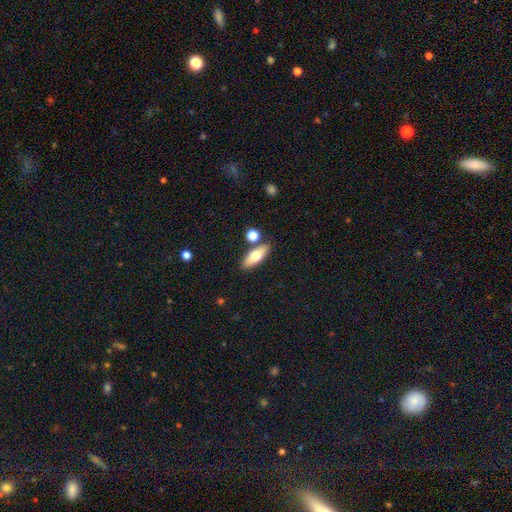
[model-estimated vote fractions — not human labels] Smooth or featured?
  - smooth: 68% *
  - featured or disk: 26%
  - star or artifact: 7%
How rounded?
  - in between: 64% *
  - cigar-shaped: 31%
  - round: 4%
Merging?
  - none: 79% *
  - minor disturbance: 9%
  - merger: 9%
  - major disturbance: 2%